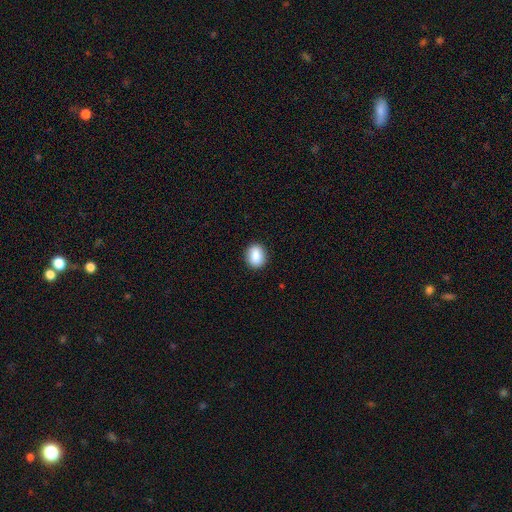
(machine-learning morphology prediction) type=smooth (88%); roundness=in between (53%); merging=none (89%).